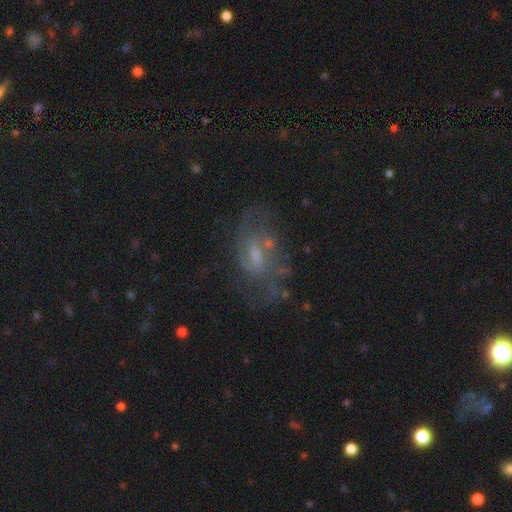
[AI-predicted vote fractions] The model was most divided on "bar": weak: 48%, no: 42%, strong: 10%. Remaining: edge-on disk — no (96%); smooth or featured — featured or disk (64%); spiral arms — yes (64%); merging — none (50%); bulge size — small (45%).